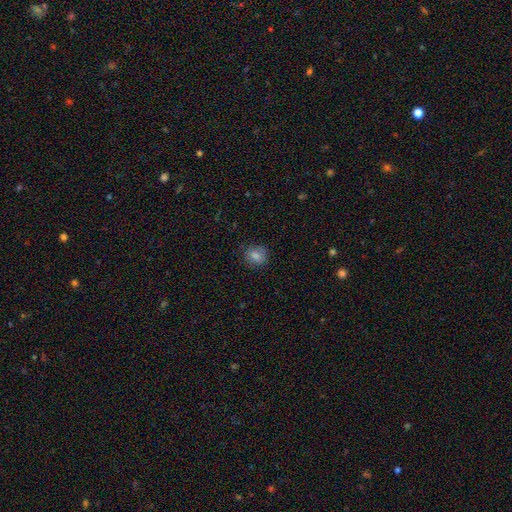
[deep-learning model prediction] smooth_or_featured: smooth (p=0.76) [alt: star or artifact p=0.14]
how_rounded: round (p=0.65) [alt: in between p=0.34]
merging: none (p=0.84) [alt: minor disturbance p=0.12]